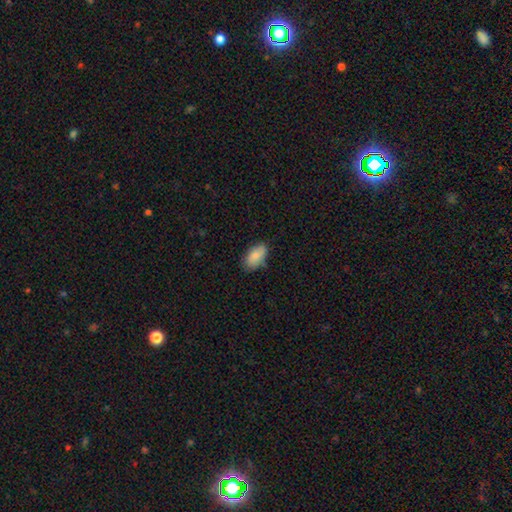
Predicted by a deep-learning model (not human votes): Smooth or featured? smooth (84%)
How rounded? in between (94%)
Merging? none (74%)